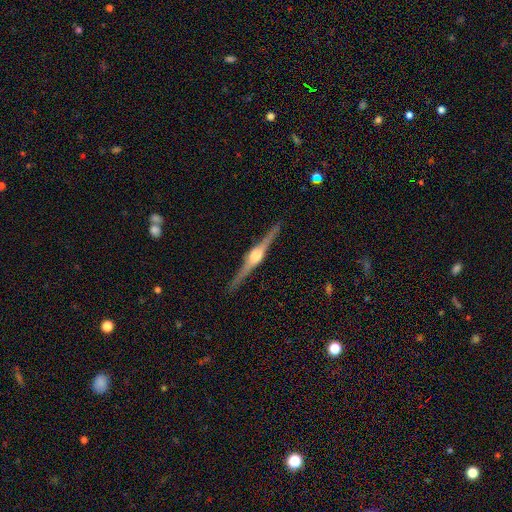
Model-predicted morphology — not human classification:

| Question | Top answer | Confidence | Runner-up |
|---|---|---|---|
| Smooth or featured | featured or disk | 88% | smooth (7%) |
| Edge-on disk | yes | 99% | no (1%) |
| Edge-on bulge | rounded | 90% | boxy (8%) |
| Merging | none | 92% | minor disturbance (6%) |